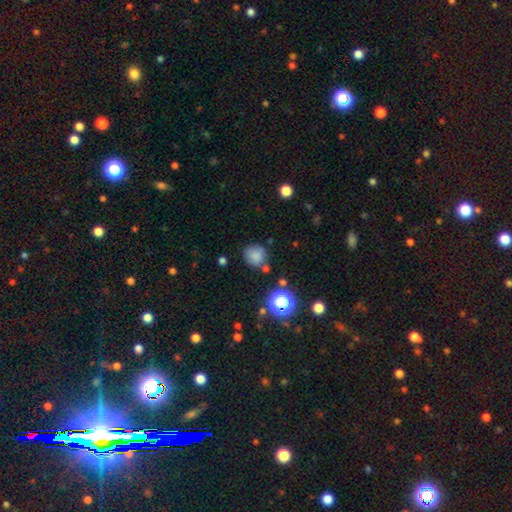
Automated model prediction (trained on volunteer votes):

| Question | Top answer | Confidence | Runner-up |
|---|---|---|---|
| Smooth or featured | smooth | 77% | star or artifact (15%) |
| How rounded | round | 86% | in between (13%) |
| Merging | none | 71% | minor disturbance (17%) |